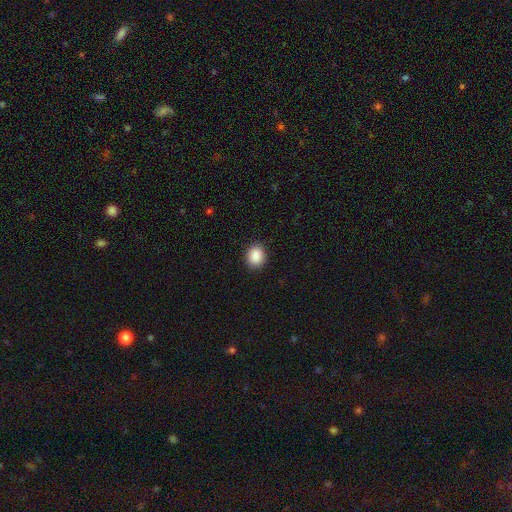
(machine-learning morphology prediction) smooth 89%, star or artifact 8%, featured or disk 3%. Down the decision tree: how rounded — round (59%); merging — none (91%).